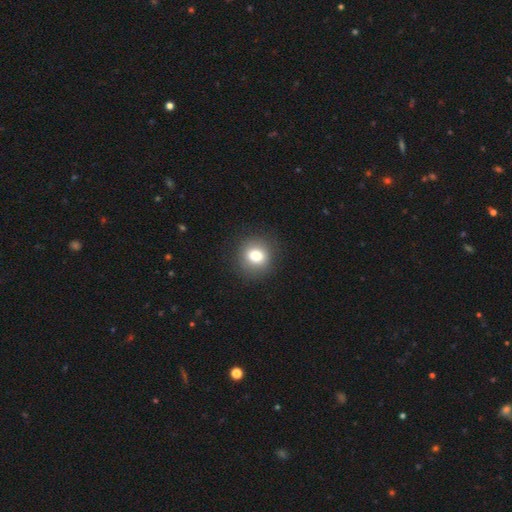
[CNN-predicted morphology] Overall: smooth (80%). How rounded: round (84%). Merging: none (88%).